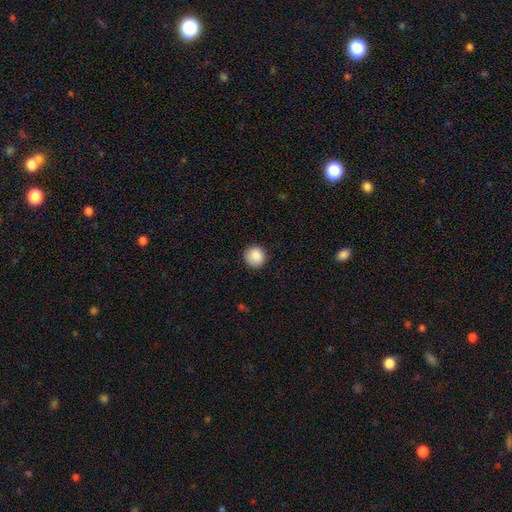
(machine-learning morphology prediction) smooth_or_featured: smooth (p=0.88) [alt: star or artifact p=0.09]
how_rounded: round (p=0.92) [alt: in between p=0.07]
merging: none (p=0.87) [alt: minor disturbance p=0.09]